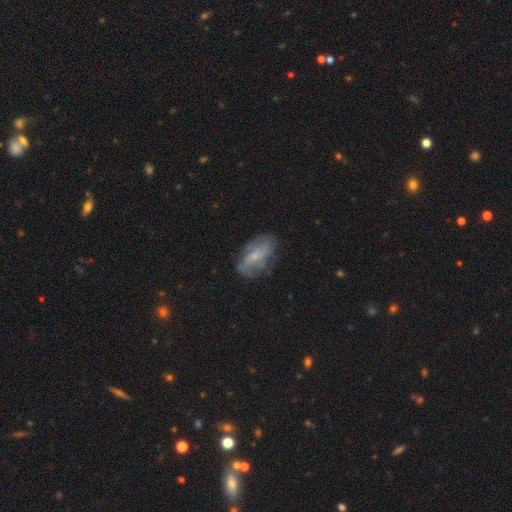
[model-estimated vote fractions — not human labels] Smooth or featured?
  - featured or disk: 55% *
  - smooth: 37%
  - star or artifact: 9%
Edge-on disk?
  - no: 93% *
  - yes: 7%
Bar?
  - no: 47% *
  - weak: 41%
  - strong: 12%
Spiral arms?
  - yes: 66% *
  - no: 34%
Bulge size?
  - small: 59% *
  - moderate: 20%
  - none: 18%
  - large: 2%
  - dominant: 1%
Merging?
  - none: 63% *
  - minor disturbance: 23%
  - major disturbance: 12%
  - merger: 2%